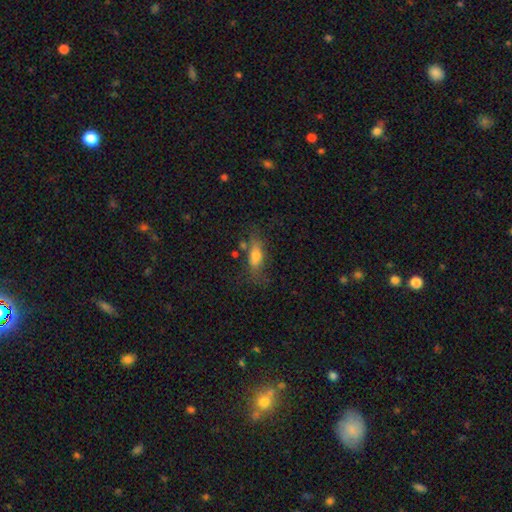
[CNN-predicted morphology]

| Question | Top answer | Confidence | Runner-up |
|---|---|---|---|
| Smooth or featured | smooth | 67% | featured or disk (23%) |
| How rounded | in between | 68% | cigar-shaped (26%) |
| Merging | none | 55% | minor disturbance (23%) |